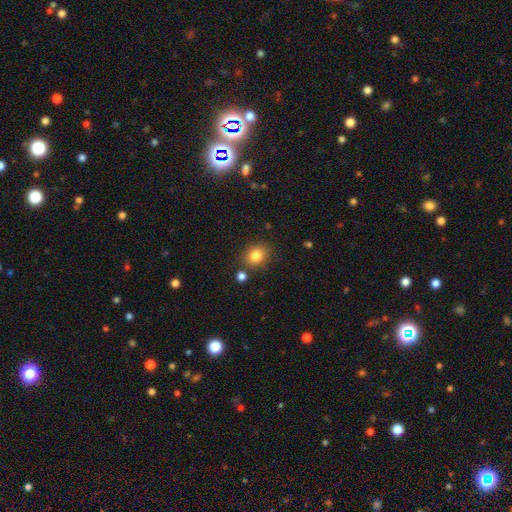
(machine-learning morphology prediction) A smooth galaxy with no disk features (82%) that is round (68%).

Vote fractions:
- Smooth or featured? smooth: 82% / star or artifact: 11% / featured or disk: 7%
- How rounded? round: 68% / in between: 31% / cigar-shaped: 1%
- Merging? none: 80% / minor disturbance: 11% / merger: 6% / major disturbance: 3%